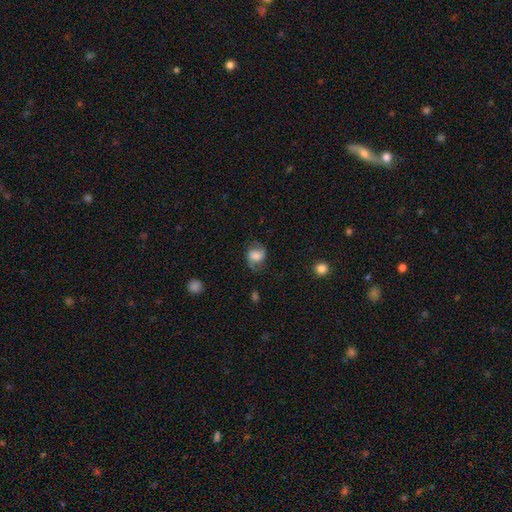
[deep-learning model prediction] Smooth or featured? smooth (48%)
Merging? none (63%)